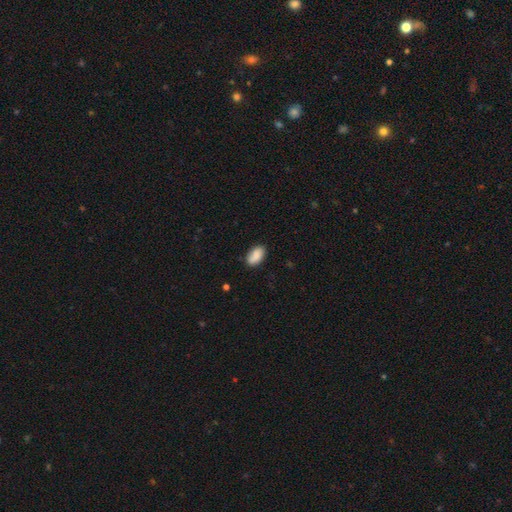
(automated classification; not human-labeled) smooth_or_featured: smooth (p=0.86) [alt: star or artifact p=0.07]
how_rounded: in between (p=0.92) [alt: round p=0.06]
merging: none (p=0.78) [alt: minor disturbance p=0.16]